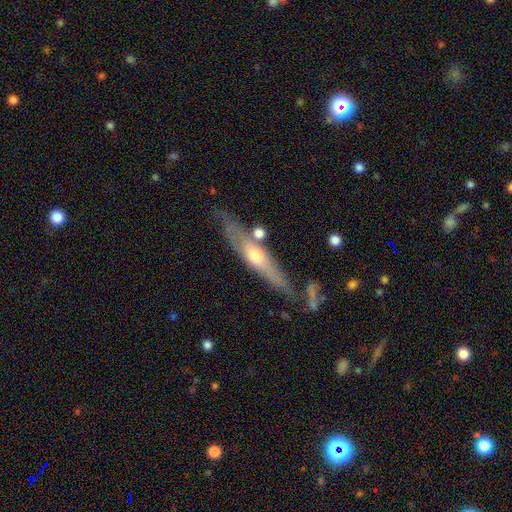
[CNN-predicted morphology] This appears to be a featured or disk galaxy (63%) viewed edge-on (85%) with a rounded central bulge (84%). Merging: none (70%).